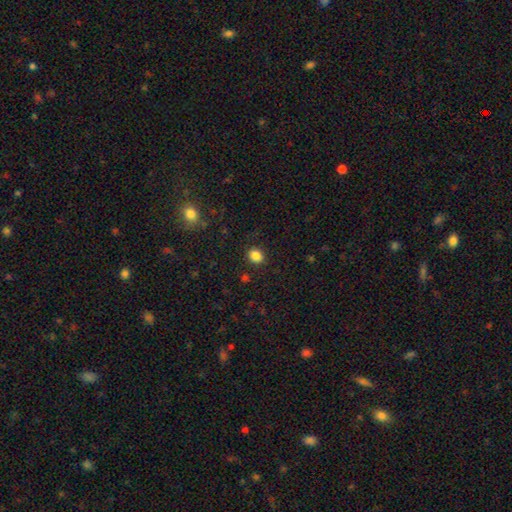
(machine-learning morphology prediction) A smooth galaxy with no disk features (85%) that is round (70%). Merging: none (88%).